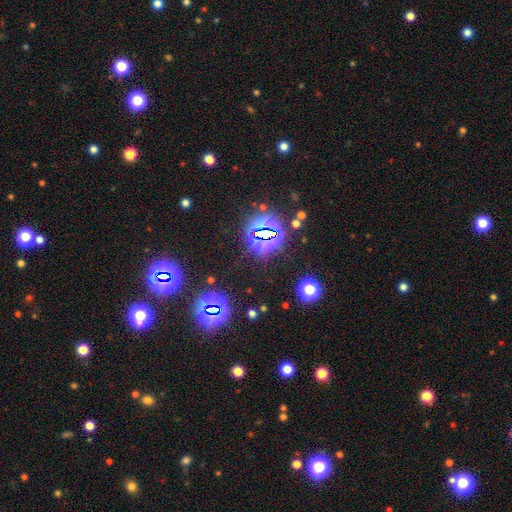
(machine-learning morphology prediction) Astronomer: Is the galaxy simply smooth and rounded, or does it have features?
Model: star or artifact — 76%.